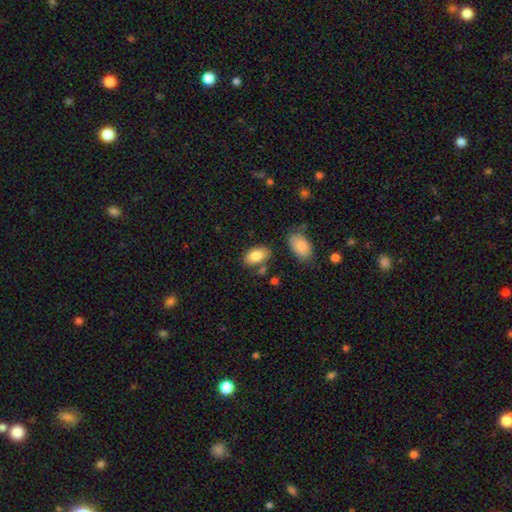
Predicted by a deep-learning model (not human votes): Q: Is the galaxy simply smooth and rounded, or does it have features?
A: smooth — 83%.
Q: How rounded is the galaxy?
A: in between — 92%.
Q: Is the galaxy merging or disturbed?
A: none — 74%.